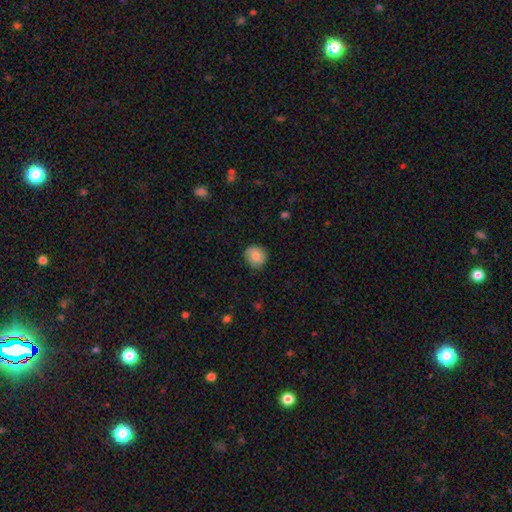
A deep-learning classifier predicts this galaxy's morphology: A smooth galaxy with no disk features (69%) that is round (82%). Merging: none (80%).